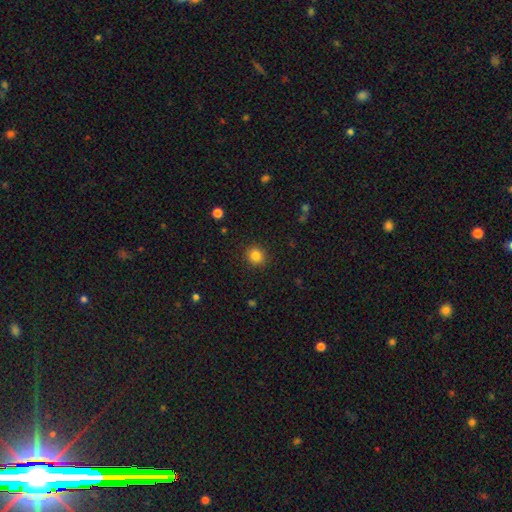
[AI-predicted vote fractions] Q: Smooth or featured?
A: smooth (84%); runner-up: star or artifact (11%)
Q: How rounded?
A: round (88%); runner-up: in between (11%)
Q: Merging?
A: none (90%); runner-up: minor disturbance (6%)